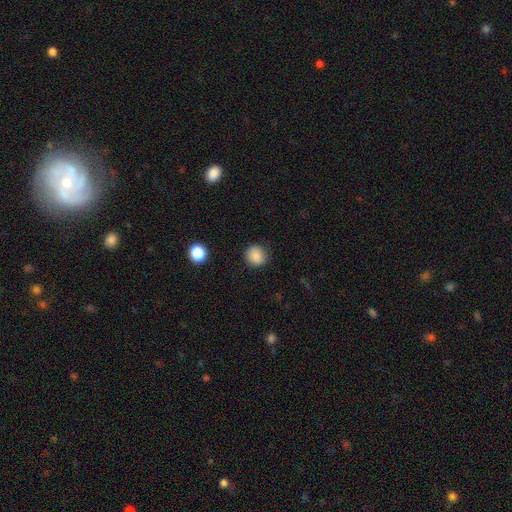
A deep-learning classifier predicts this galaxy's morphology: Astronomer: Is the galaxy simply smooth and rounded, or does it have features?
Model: smooth — 86%.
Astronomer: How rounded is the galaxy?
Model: round — 87%.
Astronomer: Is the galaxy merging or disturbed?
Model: none — 85%.